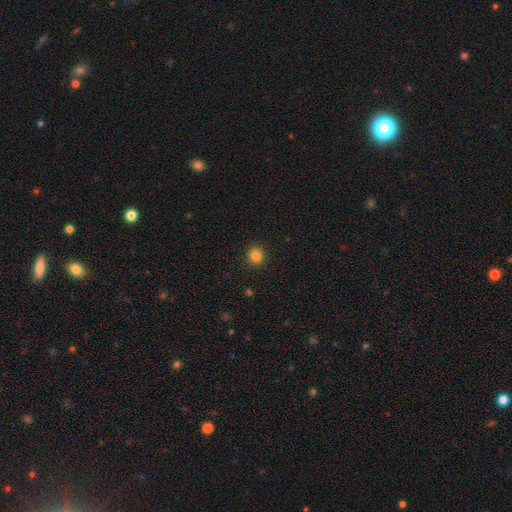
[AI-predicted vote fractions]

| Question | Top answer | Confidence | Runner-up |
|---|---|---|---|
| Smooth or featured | smooth | 84% | star or artifact (12%) |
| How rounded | round | 73% | in between (26%) |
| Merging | none | 90% | minor disturbance (7%) |